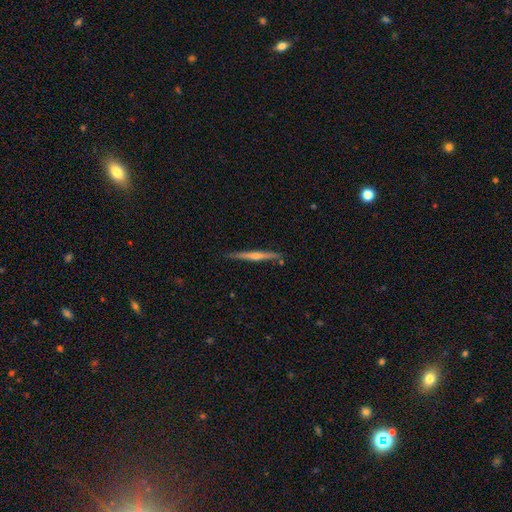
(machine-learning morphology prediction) Smooth or featured? featured or disk (75%)
Edge-on disk? yes (98%)
Edge-on bulge? rounded (79%)
Merging? none (90%)